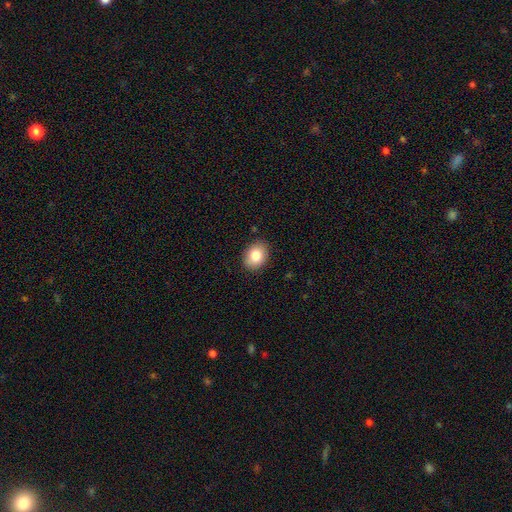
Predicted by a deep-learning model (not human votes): The model was most divided on "how rounded": in between: 59%, round: 41%, cigar-shaped: 1%. More confident: merging — none (87%); smooth or featured — smooth (83%).